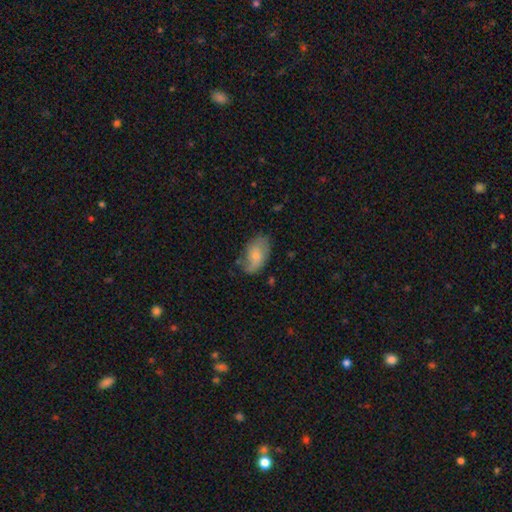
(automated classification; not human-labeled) This appears to be a smooth galaxy with no disk features (58%) that is in between round and cigar-shaped (92%). Merging: none (60%).